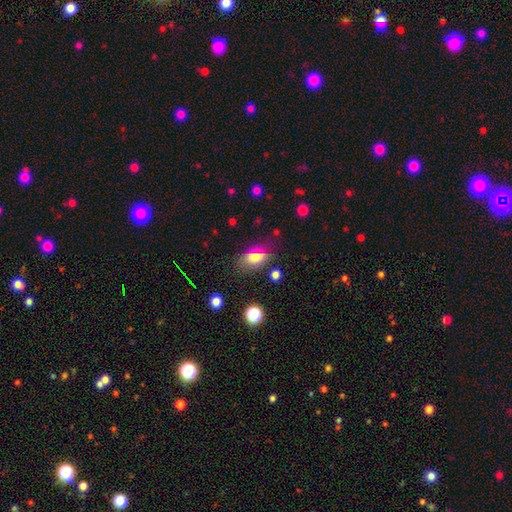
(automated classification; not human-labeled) Morphology: type=smooth (70%); roundness=in between (81%); merging=none (74%).